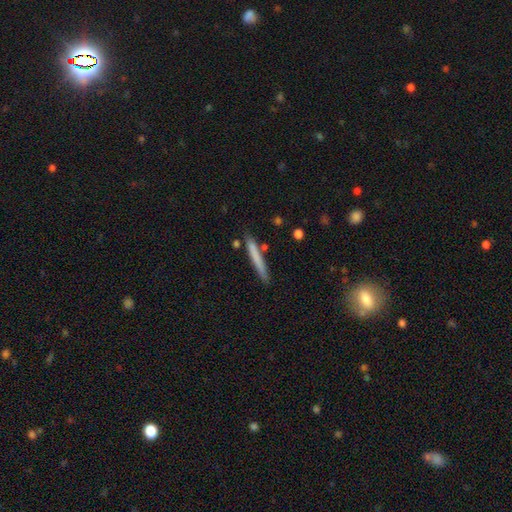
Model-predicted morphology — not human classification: Overall: smooth (69%). How rounded: cigar-shaped (96%). Merging: none (82%).